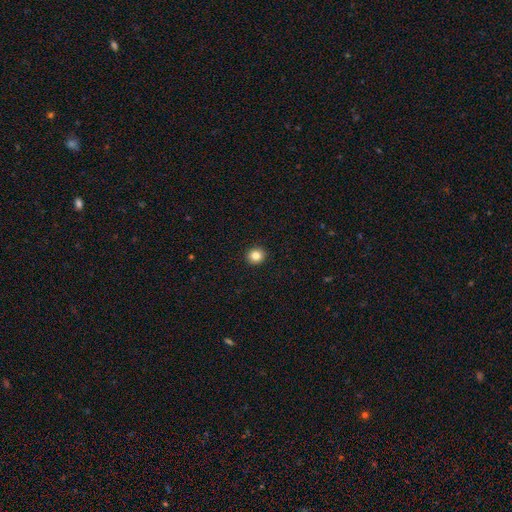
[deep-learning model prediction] smooth 84%, star or artifact 10%, featured or disk 6%. Down the decision tree: how rounded — round (88%); merging — none (93%).